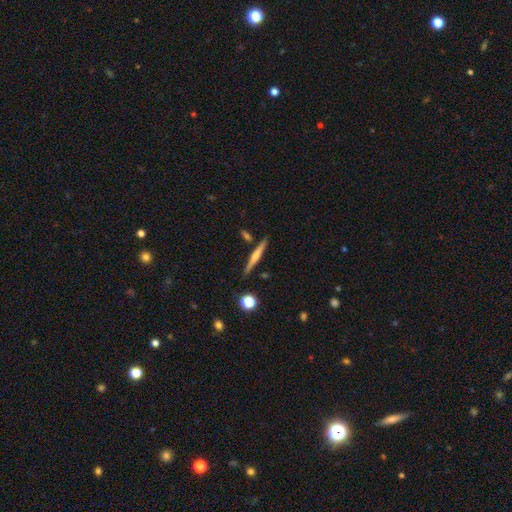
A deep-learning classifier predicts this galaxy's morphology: This is likely a featured or disk galaxy (62%). It is clearly viewed edge-on (98%). Edge-on bulge: likely rounded (77%). Merging: clearly none (87%).